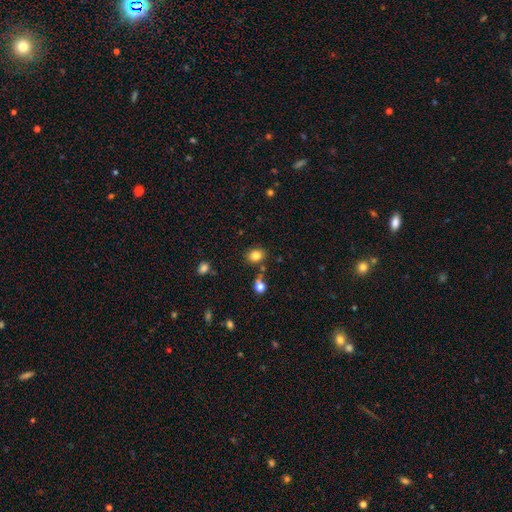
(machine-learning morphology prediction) Smooth or featured? Predicted: smooth (p=0.81). How rounded? Predicted: round (p=0.55). Merging? Predicted: none (p=0.78).